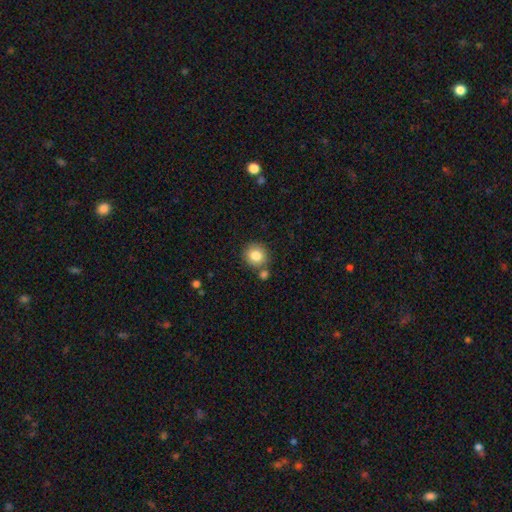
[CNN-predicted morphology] This is clearly a smooth galaxy (82%). How rounded: clearly round (85%). Merging: likely none (72%).